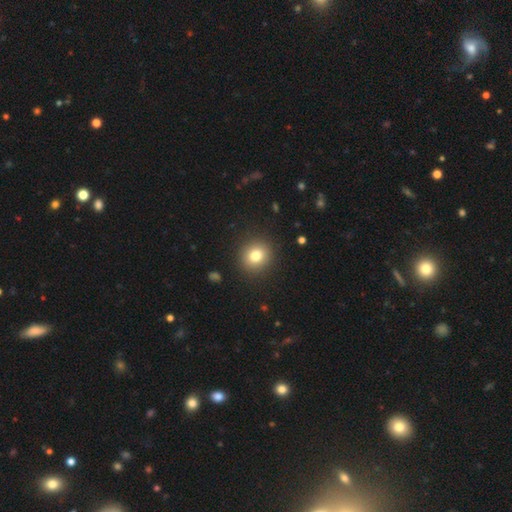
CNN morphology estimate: Overall: smooth (79%). How rounded: round (82%). Merging: none (90%).